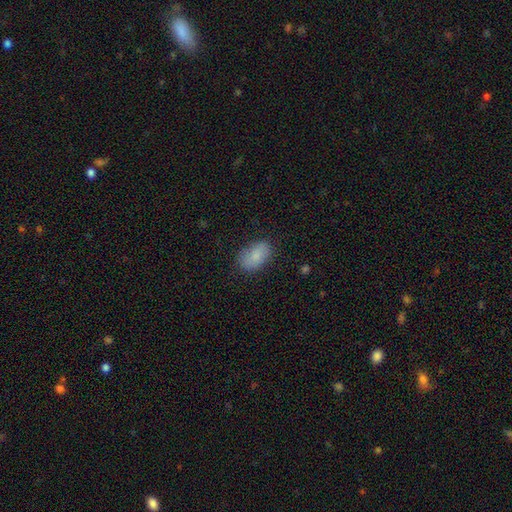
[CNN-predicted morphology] Smooth or featured? Predicted: smooth (p=0.83). How rounded? Predicted: in between (p=0.91). Merging? Predicted: none (p=0.77).